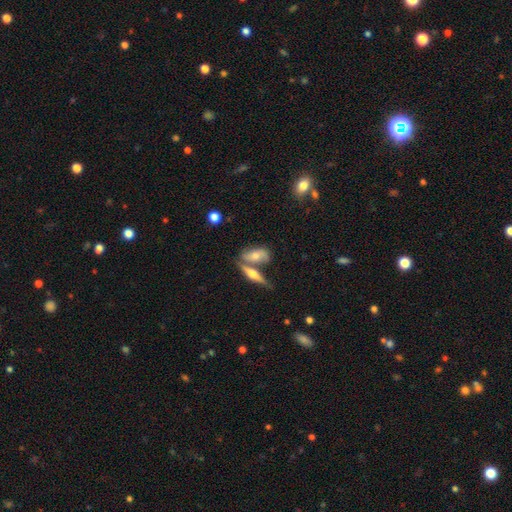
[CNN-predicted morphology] Q: Smooth or featured?
A: smooth (52%); runner-up: featured or disk (42%)
Q: How rounded?
A: in between (70%); runner-up: cigar-shaped (25%)
Q: Merging?
A: none (44%); runner-up: merger (39%)